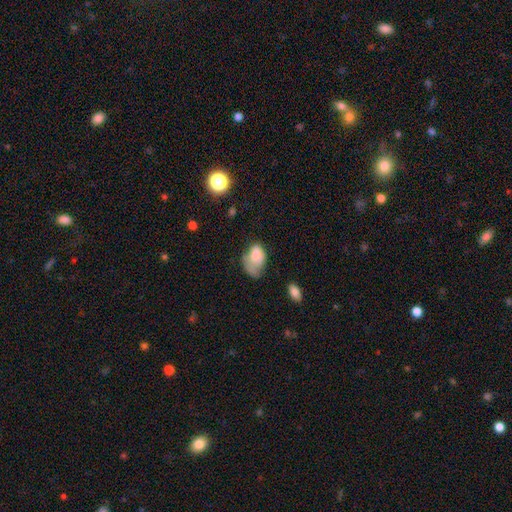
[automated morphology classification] Smooth or featured? smooth (71%)
How rounded? in between (87%)
Merging? major disturbance (37%)